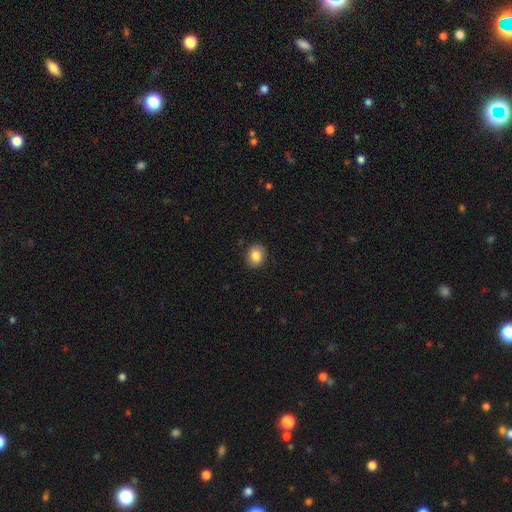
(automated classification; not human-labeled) Q: Smooth or featured?
A: smooth (85%); runner-up: star or artifact (8%)
Q: How rounded?
A: round (58%); runner-up: in between (41%)
Q: Merging?
A: none (89%); runner-up: minor disturbance (8%)